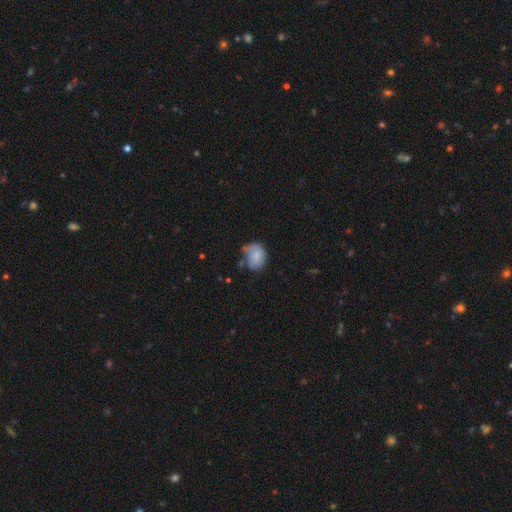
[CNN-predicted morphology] Smooth or featured?
  - smooth: 75% *
  - featured or disk: 16%
  - star or artifact: 9%
How rounded?
  - in between: 54% *
  - round: 45%
  - cigar-shaped: 1%
Merging?
  - none: 40% *
  - minor disturbance: 37%
  - major disturbance: 14%
  - merger: 8%